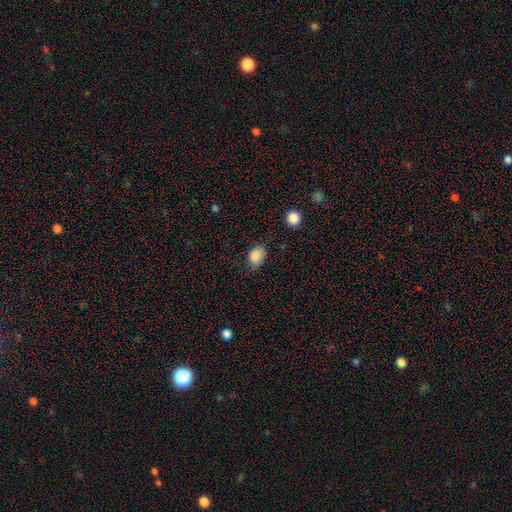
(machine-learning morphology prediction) Smooth or featured? smooth (87%)
How rounded? in between (73%)
Merging? none (66%)